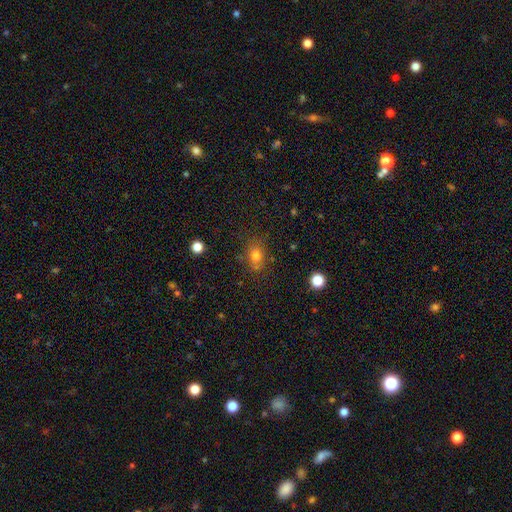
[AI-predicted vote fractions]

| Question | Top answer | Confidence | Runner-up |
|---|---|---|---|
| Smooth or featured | smooth | 75% | star or artifact (15%) |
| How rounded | in between | 50% | round (48%) |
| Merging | none | 71% | minor disturbance (16%) |